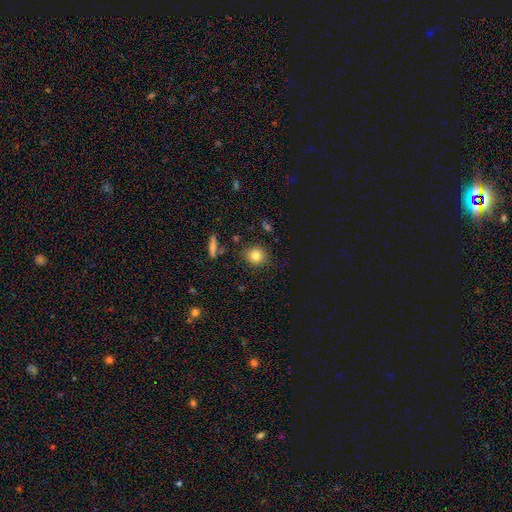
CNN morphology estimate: Smooth or featured? smooth (82%)
How rounded? round (89%)
Merging? none (88%)